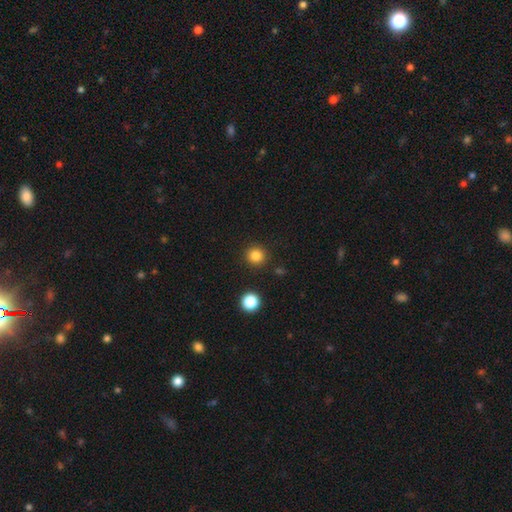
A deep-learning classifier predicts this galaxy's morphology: Smooth or featured? smooth (84%)
How rounded? round (93%)
Merging? none (90%)